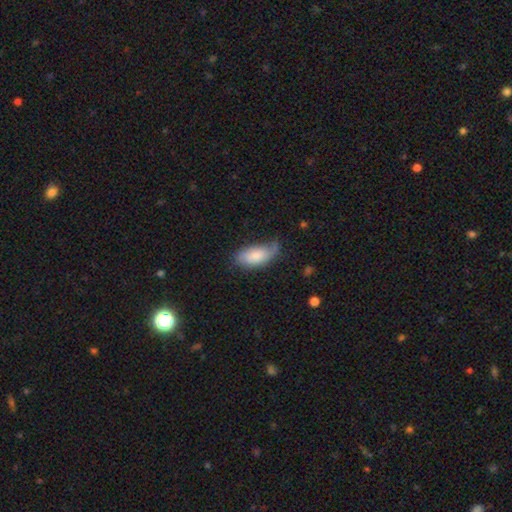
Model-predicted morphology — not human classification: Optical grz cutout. It shows a smooth galaxy with no disk features (75%) that is in between round and cigar-shaped (89%). Merging: none (50%).